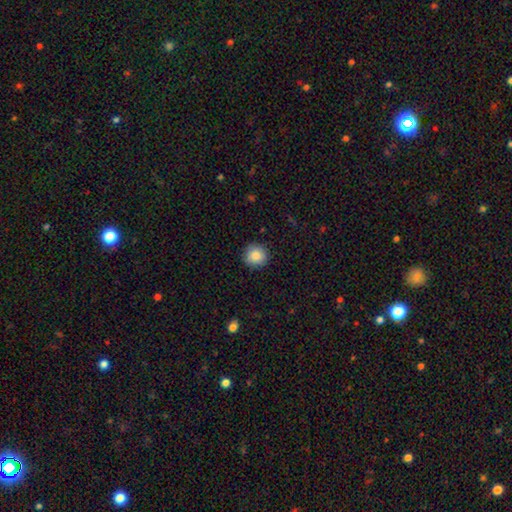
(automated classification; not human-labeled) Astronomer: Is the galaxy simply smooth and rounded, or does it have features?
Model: smooth — 86%.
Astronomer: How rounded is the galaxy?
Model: round — 92%.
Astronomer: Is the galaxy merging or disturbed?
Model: none — 89%.